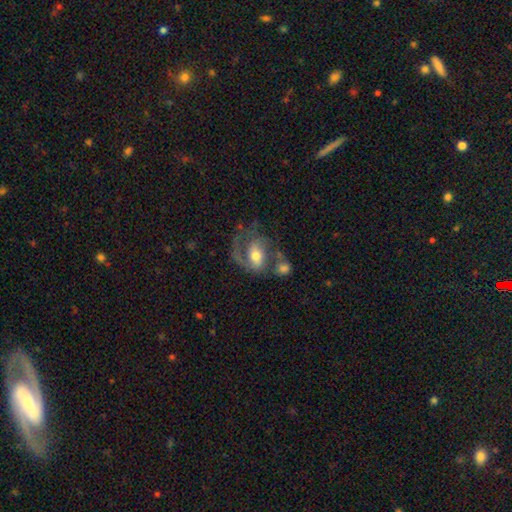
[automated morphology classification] A featured or disk galaxy (72%) with a weak bar (42%), 2 (55%) medium (47%) spiral arms (85%) and a moderate central bulge (69%).

Vote fractions:
- Smooth or featured? featured or disk: 72% / smooth: 22% / star or artifact: 7%
- Edge-on disk? no: 96% / yes: 4%
- Bar? weak: 42% / no: 36% / strong: 22%
- Spiral arms? yes: 85% / no: 15%
- Spiral winding? medium: 47% / loose: 33% / tight: 20%
- Spiral arm count? 2: 55% / 1: 32% / can't tell: 9% / 3: 3% / 4: 1% / more than 4: 1%
- Bulge size? moderate: 69% / small: 19% / large: 9% / none: 1% / dominant: 1%
- Merging? none: 35% / major disturbance: 26% / merger: 22% / minor disturbance: 18%